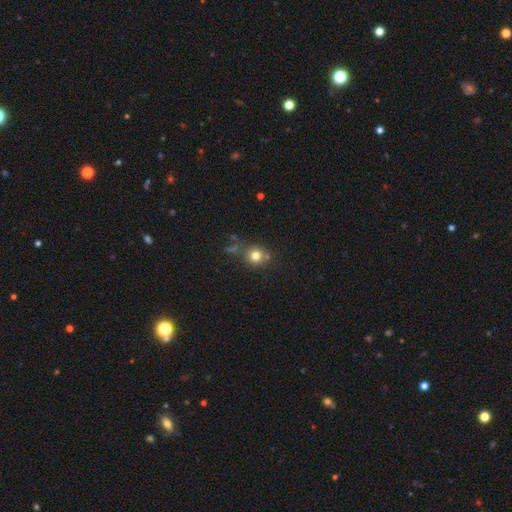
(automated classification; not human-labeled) The model was most divided on "merging": none: 70%, minor disturbance: 13%, merger: 12%, major disturbance: 5%. More confident: how rounded — round (86%); smooth or featured — smooth (77%).